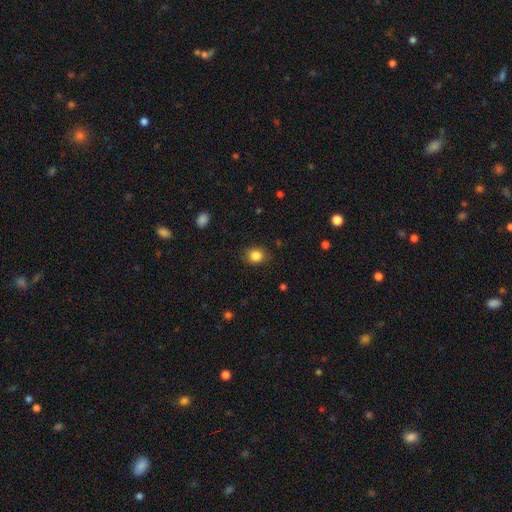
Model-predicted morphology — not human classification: This is clearly a smooth galaxy (85%). How rounded: likely round (69%). Merging: clearly none (85%).